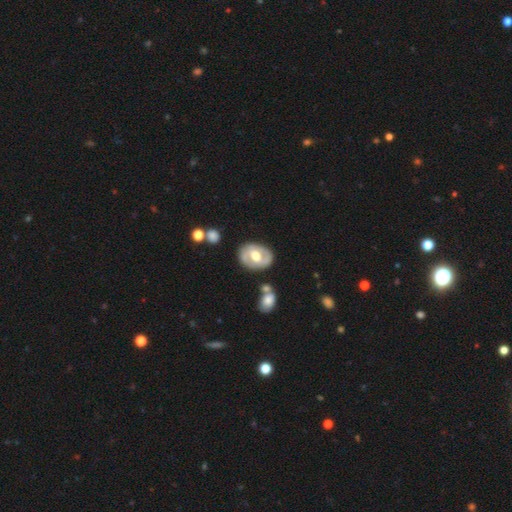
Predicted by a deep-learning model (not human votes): Smooth or featured? Predicted: featured or disk (p=0.59). Edge-on disk? Predicted: no (p=0.94). Bar? Predicted: no (p=0.47). Spiral arms? Predicted: no (p=0.62). Bulge size? Predicted: moderate (p=0.70). Merging? Predicted: none (p=0.74).